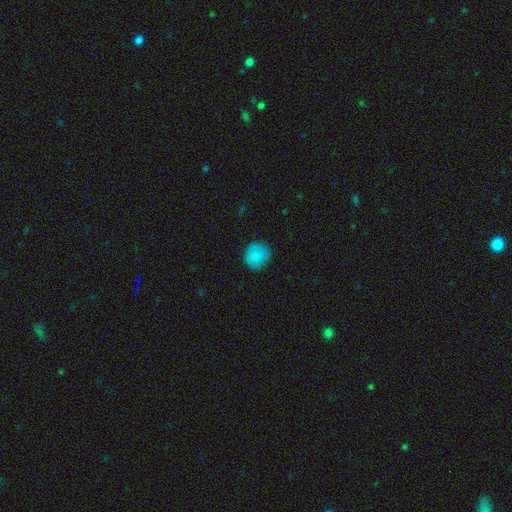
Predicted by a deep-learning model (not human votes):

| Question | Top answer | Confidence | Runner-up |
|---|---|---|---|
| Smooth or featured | smooth | 84% | star or artifact (9%) |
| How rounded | round | 85% | in between (14%) |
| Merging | none | 84% | minor disturbance (12%) |